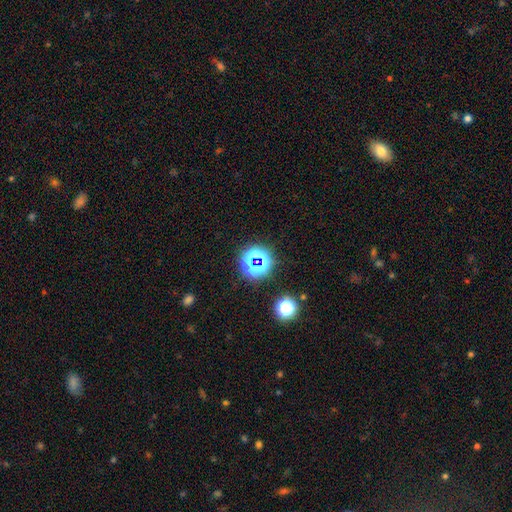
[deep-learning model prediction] Morphology: type=star or artifact (65%).